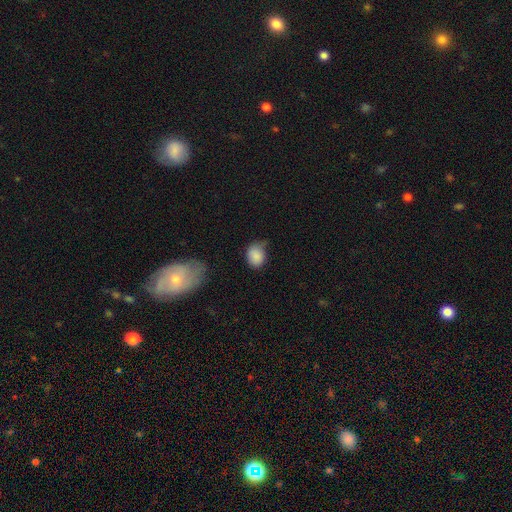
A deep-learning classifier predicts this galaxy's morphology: A smooth galaxy with no disk features (85%) that is round (51%). Merging: none (45%).